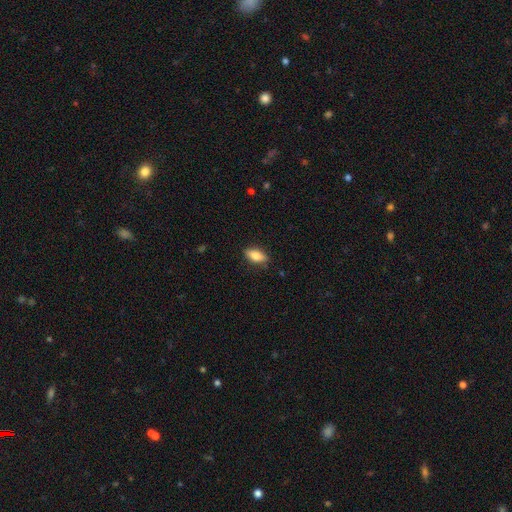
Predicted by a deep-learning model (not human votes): smooth-or-featured: smooth: 81% | featured or disk: 12% | star or artifact: 7%
  how-rounded: in between: 84% | cigar-shaped: 13% | round: 3%
  merging: none: 85% | minor disturbance: 12% | major disturbance: 2% | merger: 1%